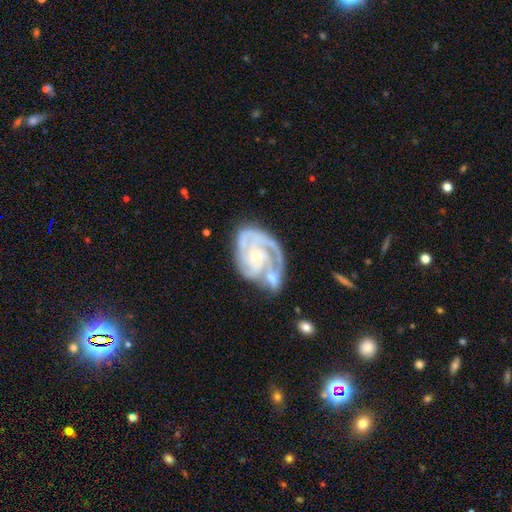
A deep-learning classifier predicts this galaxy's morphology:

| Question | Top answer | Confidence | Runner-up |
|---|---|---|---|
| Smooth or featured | featured or disk | 89% | smooth (6%) |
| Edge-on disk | no | 98% | yes (2%) |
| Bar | no | 66% | weak (27%) |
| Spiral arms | yes | 97% | no (3%) |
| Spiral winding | tight | 65% | medium (29%) |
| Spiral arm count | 3 | 37% | 2 (32%) |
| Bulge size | small | 70% | moderate (25%) |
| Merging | none | 41% | merger (24%) |